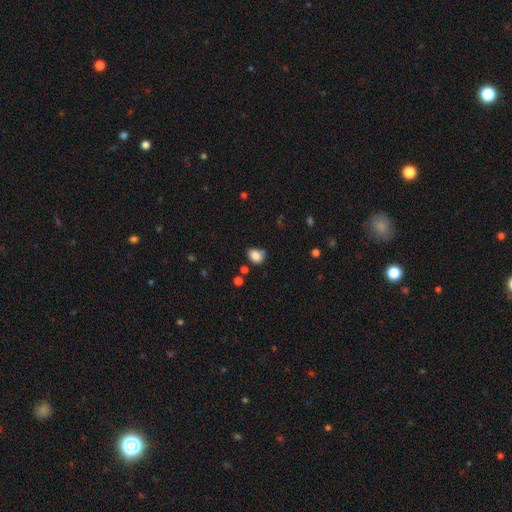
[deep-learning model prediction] Morphology: type=smooth (84%); roundness=in between (60%); merging=none (59%).